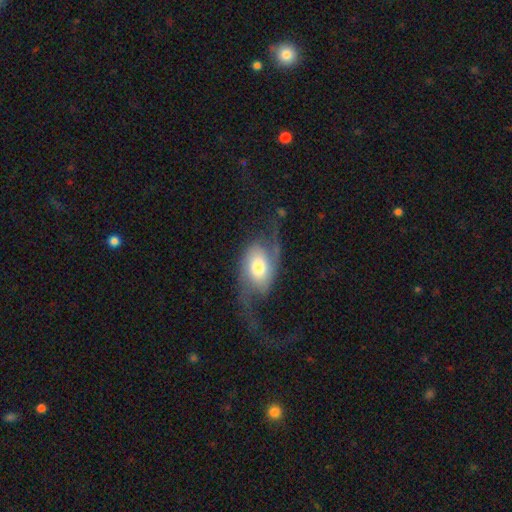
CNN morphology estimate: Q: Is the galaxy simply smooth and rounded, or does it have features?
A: featured or disk — 70%.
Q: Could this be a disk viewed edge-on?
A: no — 93%.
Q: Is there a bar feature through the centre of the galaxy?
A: no — 60%.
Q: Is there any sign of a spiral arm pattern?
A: yes — 89%.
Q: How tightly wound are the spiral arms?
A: loose — 73%.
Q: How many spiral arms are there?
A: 2 — 83%.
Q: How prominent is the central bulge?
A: moderate — 58%.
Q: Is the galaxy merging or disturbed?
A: none — 44%.